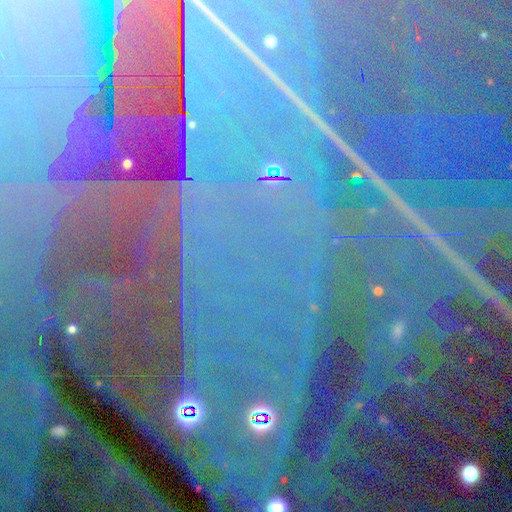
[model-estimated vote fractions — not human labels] This appears to be a star or artifact, not a galaxy (88%).